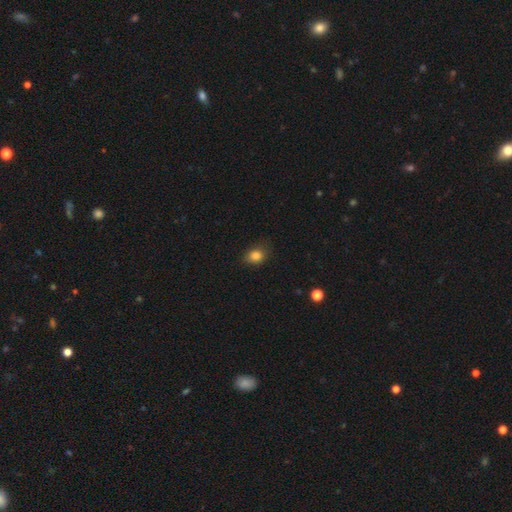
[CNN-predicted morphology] A smooth galaxy with no disk features (84%) that is in between round and cigar-shaped (51%). Merging: none (75%).